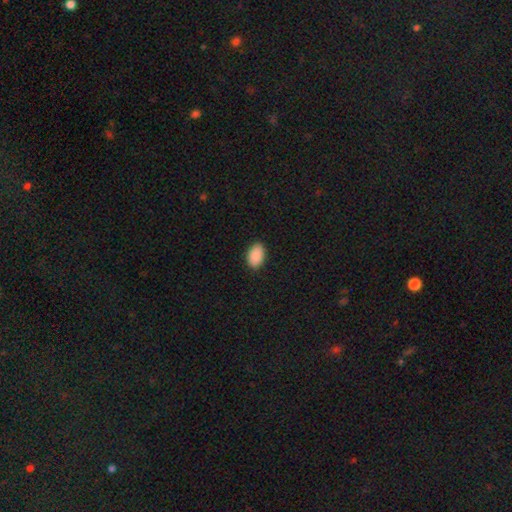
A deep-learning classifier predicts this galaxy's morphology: Overall: smooth (91%). How rounded: in between (92%). Merging: none (89%).